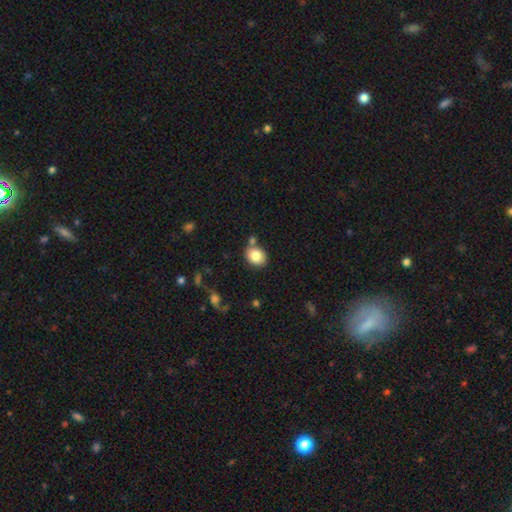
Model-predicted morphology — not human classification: smooth_or_featured: smooth (p=0.83) [alt: star or artifact p=0.08]
how_rounded: in between (p=0.51) [alt: round p=0.48]
merging: none (p=0.70) [alt: merger p=0.14]